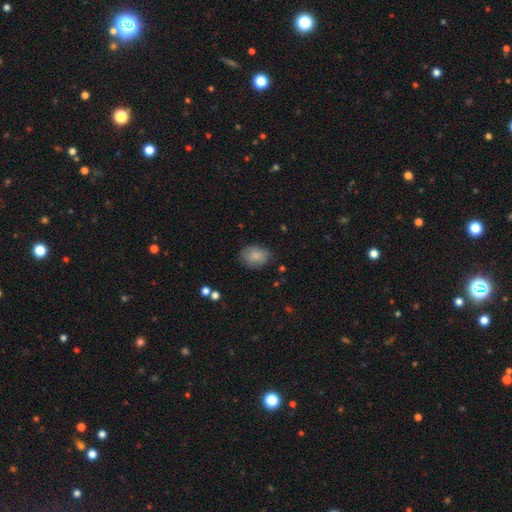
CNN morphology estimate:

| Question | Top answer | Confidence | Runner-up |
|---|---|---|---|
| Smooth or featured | smooth | 83% | featured or disk (9%) |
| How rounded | in between | 65% | round (34%) |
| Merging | none | 74% | minor disturbance (20%) |